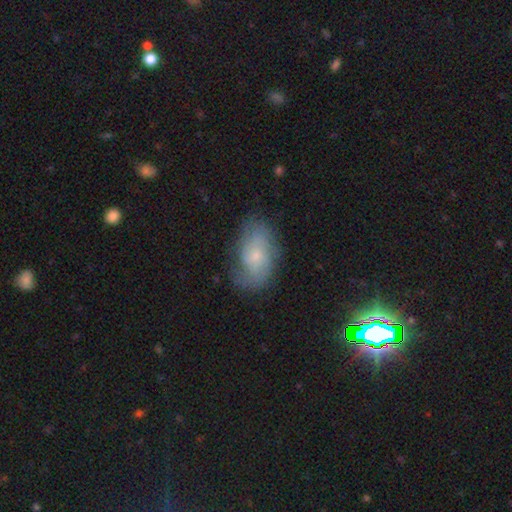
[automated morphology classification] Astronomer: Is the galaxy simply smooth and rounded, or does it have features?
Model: featured or disk — 49% (runner-up: smooth, 41%).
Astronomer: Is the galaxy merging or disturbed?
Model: none — 65%.